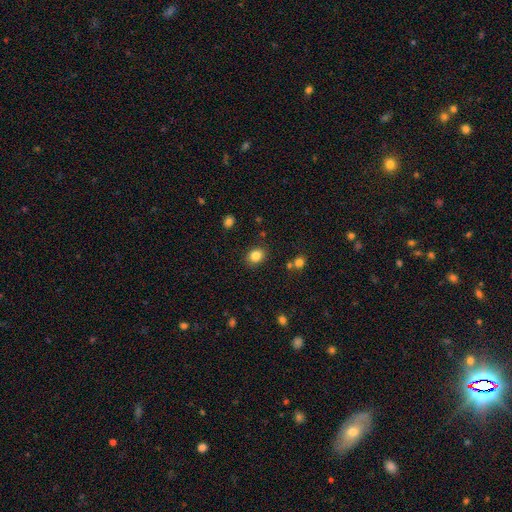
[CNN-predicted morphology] Smooth or featured? smooth (84%)
How rounded? round (54%)
Merging? none (85%)